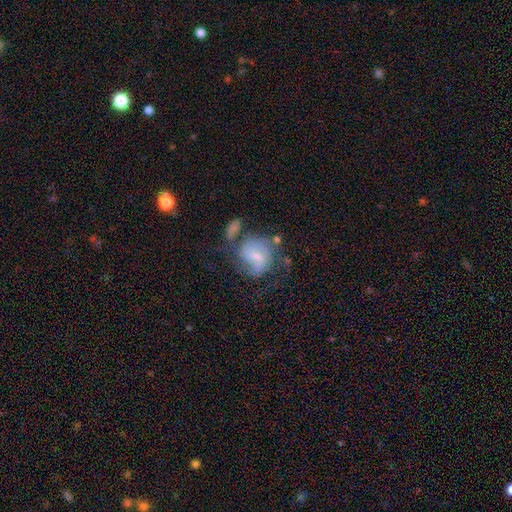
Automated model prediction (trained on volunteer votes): Smooth or featured: featured or disk — 63% (smooth — 29%)
Edge-on disk: no — 97% (yes — 3%)
Bar: weak — 53% (no — 32%)
Spiral arms: yes — 80% (no — 20%)
Bulge size: small — 57% (moderate — 34%)
Merging: none — 38% (major disturbance — 22%)